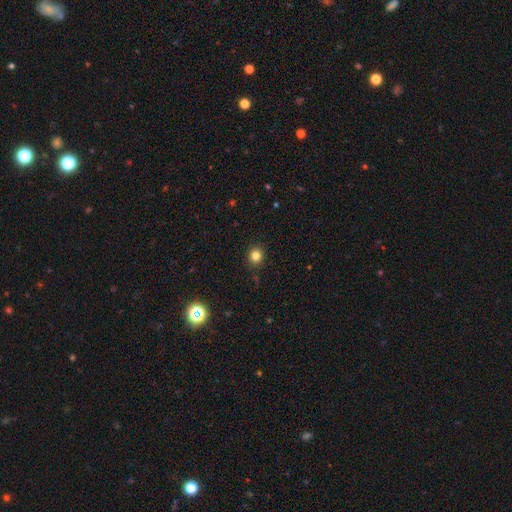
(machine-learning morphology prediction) Q: Smooth or featured?
A: smooth (81%); runner-up: star or artifact (13%)
Q: How rounded?
A: round (84%); runner-up: in between (15%)
Q: Merging?
A: none (90%); runner-up: minor disturbance (7%)